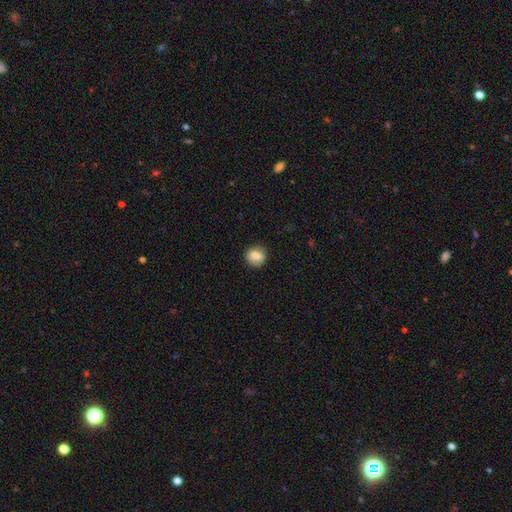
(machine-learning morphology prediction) The model was most divided on "how rounded": round: 81%, in between: 17%, cigar-shaped: 1%. More confident: merging — none (87%); smooth or featured — smooth (81%).